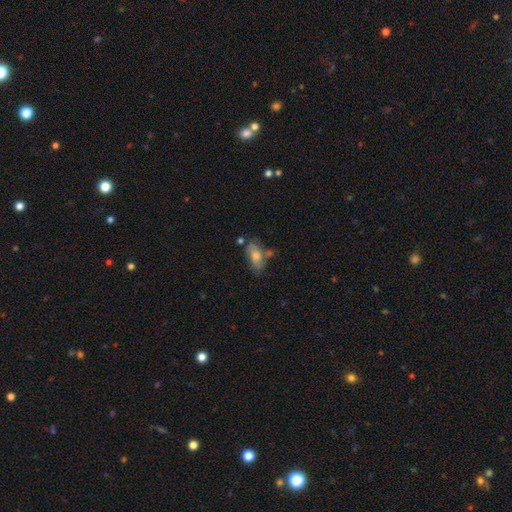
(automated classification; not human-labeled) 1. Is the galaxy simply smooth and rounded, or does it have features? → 65% smooth, 25% featured or disk, 9% star or artifact.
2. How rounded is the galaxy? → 85% in between, 10% cigar-shaped, 5% round.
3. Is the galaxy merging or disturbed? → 58% none, 22% minor disturbance, 13% merger, 7% major disturbance.